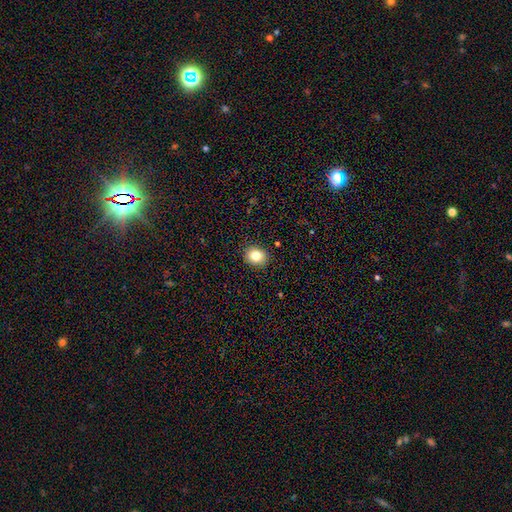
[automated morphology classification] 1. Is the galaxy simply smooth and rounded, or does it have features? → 80% smooth, 11% star or artifact, 9% featured or disk.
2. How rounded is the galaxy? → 65% round, 35% in between, 1% cigar-shaped.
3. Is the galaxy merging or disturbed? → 90% none, 7% minor disturbance, 2% major disturbance, 1% merger.